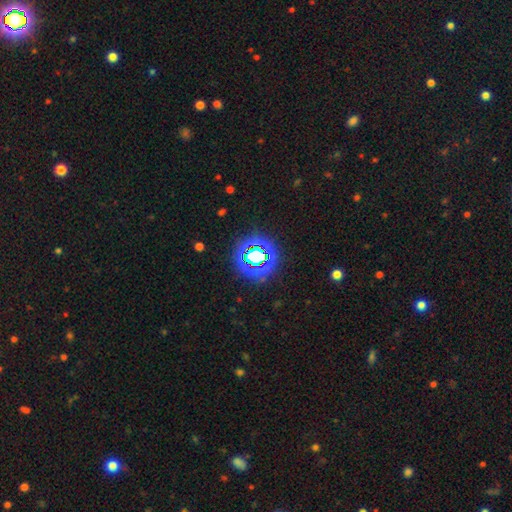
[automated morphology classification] smooth_or_featured: star or artifact (p=0.69) [alt: smooth p=0.20]